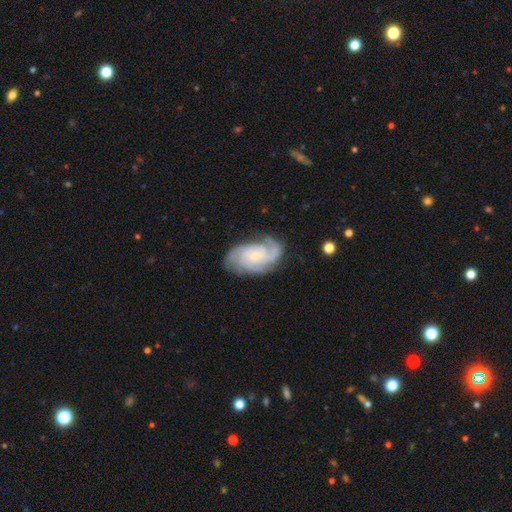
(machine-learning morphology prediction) smooth-or-featured: featured or disk: 83% | smooth: 12% | star or artifact: 5%
  disk-edge-on: no: 97% | yes: 3%
    bar: no: 70% | weak: 26% | strong: 5%
    has-spiral-arms: yes: 96% | no: 4%
      spiral-winding: tight: 49% | medium: 38% | loose: 12%
      spiral-arm-count: 2: 34% | 3: 26% | can't tell: 22% | 1: 7% | 4: 6% | more than 4: 5%
    bulge-size: small: 71% | moderate: 19% | none: 6% | large: 2% | dominant: 1%
  merging: none: 68% | minor disturbance: 20% | major disturbance: 10% | merger: 2%